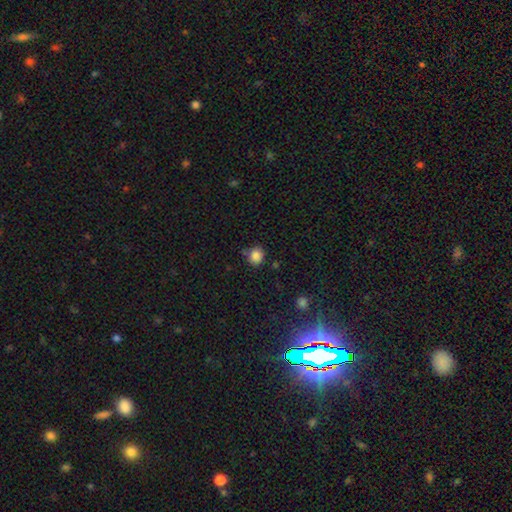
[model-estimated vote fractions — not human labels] Morphology: type=smooth (85%); roundness=round (78%); merging=none (76%).